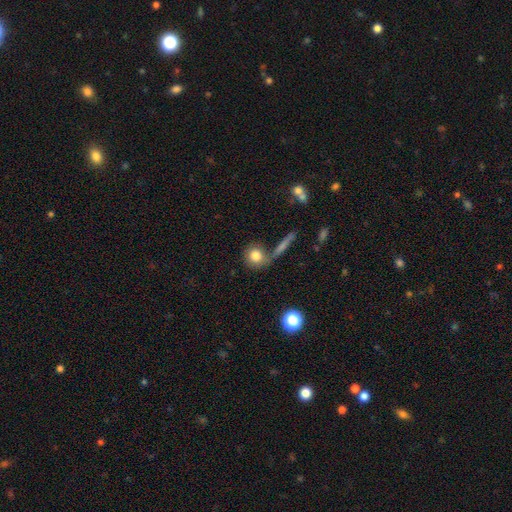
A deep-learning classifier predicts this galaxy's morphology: This appears to be a smooth galaxy with no disk features (80%) that is round (85%). Merging: none (58%).